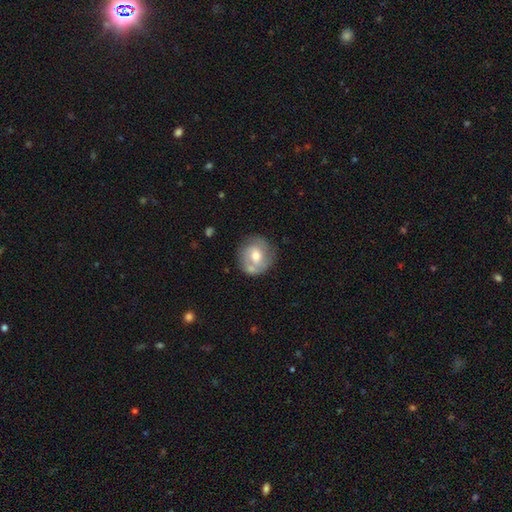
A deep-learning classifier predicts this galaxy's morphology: This appears to be a featured or disk galaxy (51%). Merging: none (65%).